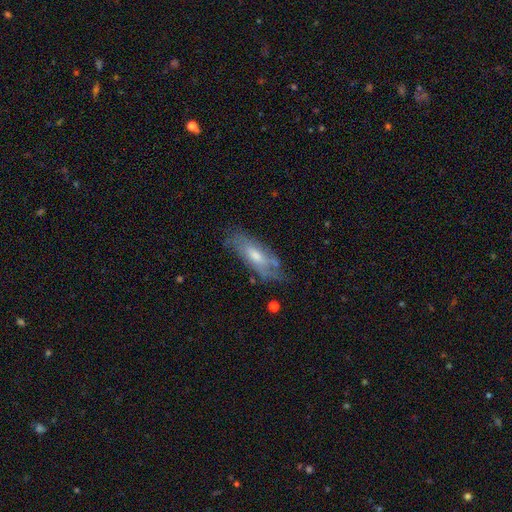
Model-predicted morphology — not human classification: Smooth or featured? featured or disk (56%)
Edge-on disk? no (72%)
Merging? none (65%)